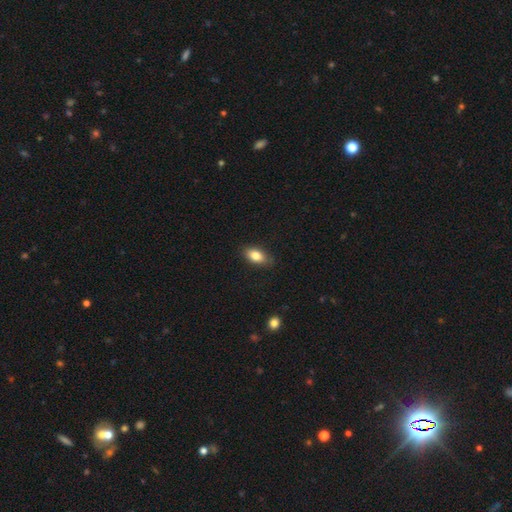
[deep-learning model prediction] Q: Smooth or featured?
A: smooth (82%); runner-up: featured or disk (10%)
Q: How rounded?
A: in between (88%); runner-up: round (7%)
Q: Merging?
A: none (83%); runner-up: minor disturbance (13%)